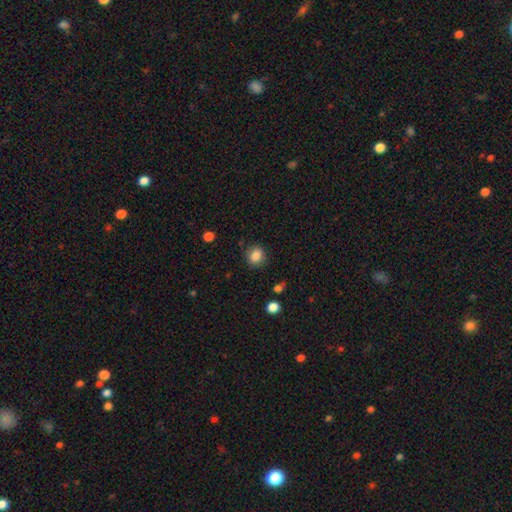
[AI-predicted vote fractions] smooth 85%, star or artifact 10%, featured or disk 5%. Down the decision tree: how rounded — round (77%); merging — none (85%).